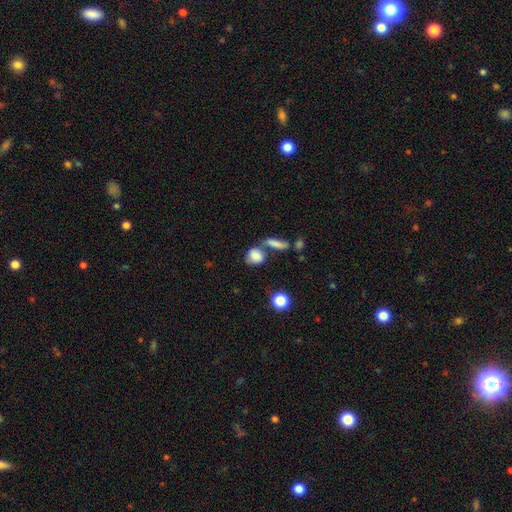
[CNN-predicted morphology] Smooth or featured?
  - smooth: 80% *
  - featured or disk: 11%
  - star or artifact: 9%
How rounded?
  - round: 60% *
  - in between: 36%
  - cigar-shaped: 4%
Merging?
  - none: 48% *
  - merger: 31%
  - minor disturbance: 15%
  - major disturbance: 6%